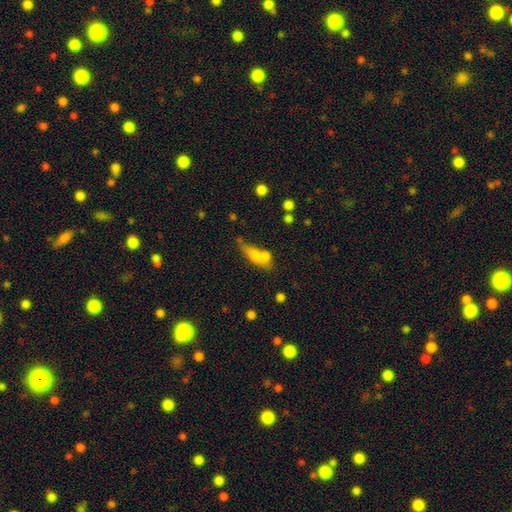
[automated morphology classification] This is likely a smooth galaxy (66%). How rounded: possibly in between (53%). Merging: marginally merger (40%).